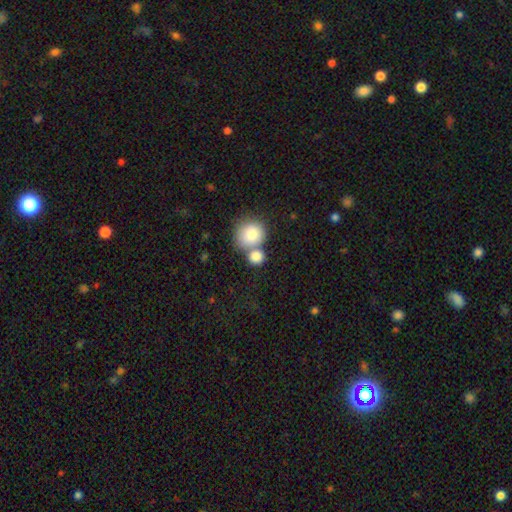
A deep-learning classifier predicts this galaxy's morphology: The model was most divided on "merging": merger: 46%, none: 42%, minor disturbance: 9%, major disturbance: 3%. More confident: smooth or featured — smooth (83%); how rounded — round (79%).